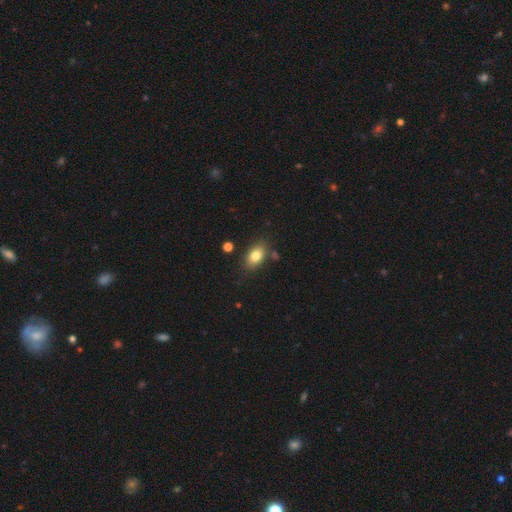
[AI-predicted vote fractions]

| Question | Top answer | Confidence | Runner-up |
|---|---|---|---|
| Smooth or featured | smooth | 81% | featured or disk (10%) |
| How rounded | in between | 86% | round (12%) |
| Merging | none | 79% | minor disturbance (13%) |